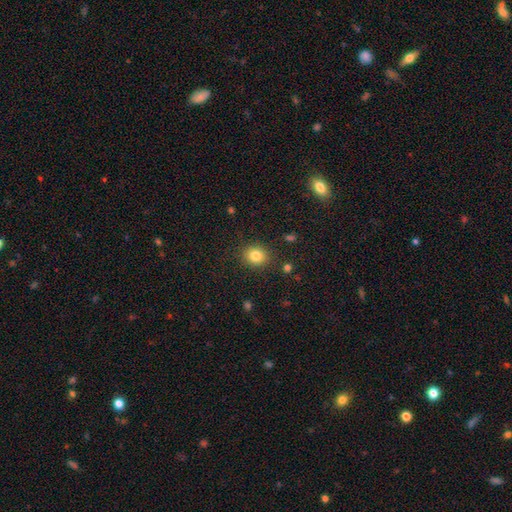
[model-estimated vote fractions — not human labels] A smooth galaxy with no disk features (82%) that is round (69%).

Vote fractions:
- Smooth or featured? smooth: 82% / star or artifact: 11% / featured or disk: 7%
- How rounded? round: 69% / in between: 30% / cigar-shaped: 1%
- Merging? none: 88% / minor disturbance: 8% / major disturbance: 3% / merger: 2%